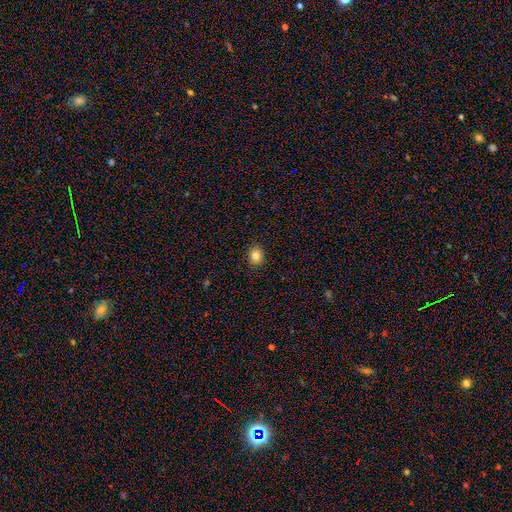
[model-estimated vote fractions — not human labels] smooth 83%, star or artifact 11%, featured or disk 7%. Down the decision tree: how rounded — round (63%); merging — none (91%).